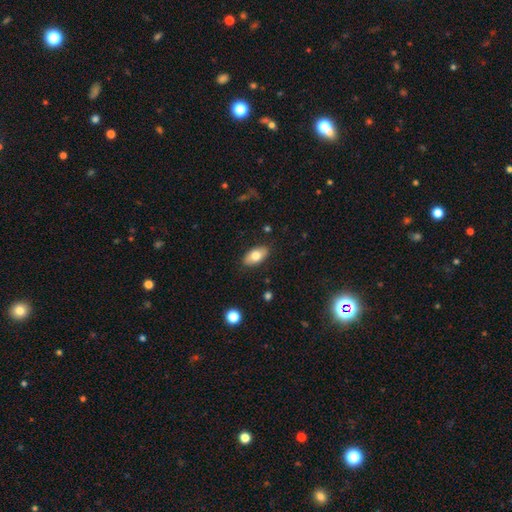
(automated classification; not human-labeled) smooth 75%, featured or disk 18%, star or artifact 7%. Down the decision tree: how rounded — in between (92%); merging — none (87%).